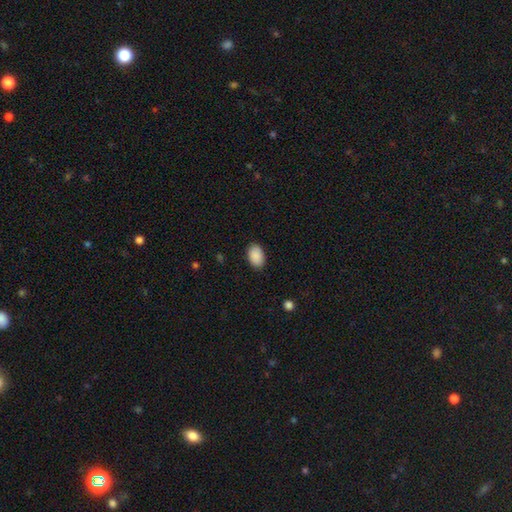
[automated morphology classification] A smooth galaxy with no disk features (90%) that is in between round and cigar-shaped (89%).

Vote fractions:
- Smooth or featured? smooth: 90% / star or artifact: 7% / featured or disk: 3%
- How rounded? in between: 89% / round: 9% / cigar-shaped: 1%
- Merging? none: 88% / minor disturbance: 9% / major disturbance: 2% / merger: 1%